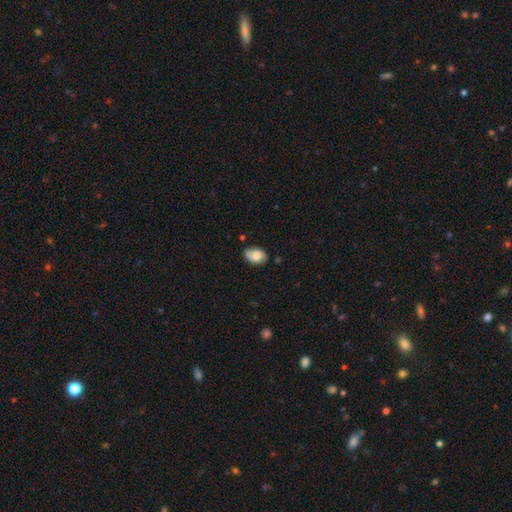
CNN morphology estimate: Smooth or featured? smooth (64%)
How rounded? in between (81%)
Merging? none (68%)